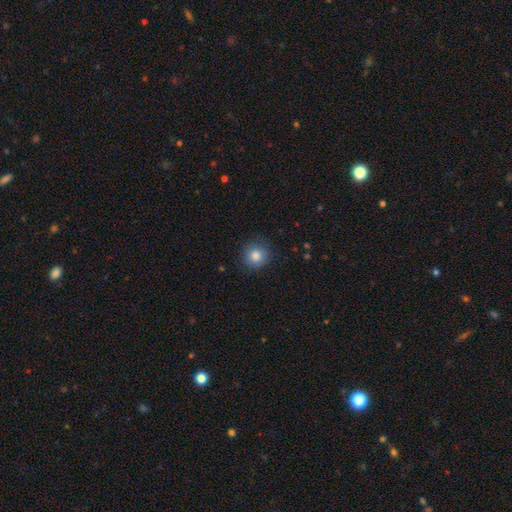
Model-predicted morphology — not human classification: This is clearly a smooth galaxy (84%). How rounded: clearly round (93%). Merging: clearly none (87%).